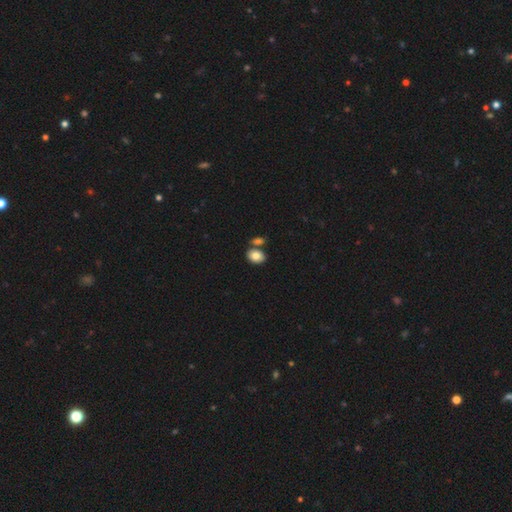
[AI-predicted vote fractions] Smooth or featured? Predicted: smooth (p=0.83). How rounded? Predicted: in between (p=0.74). Merging? Predicted: none (p=0.65).